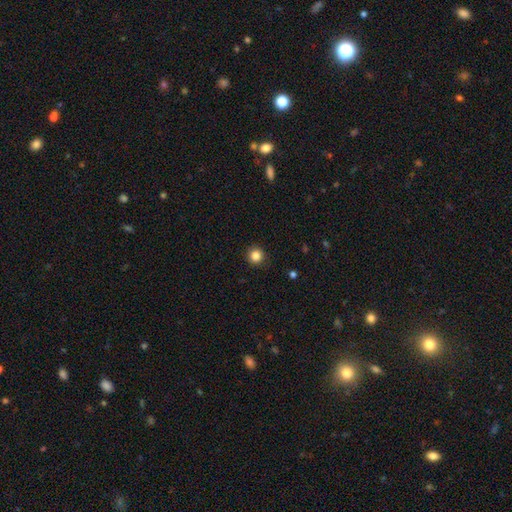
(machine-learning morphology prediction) Q: Smooth or featured?
A: smooth (85%); runner-up: star or artifact (11%)
Q: How rounded?
A: round (95%); runner-up: in between (4%)
Q: Merging?
A: none (92%); runner-up: minor disturbance (5%)